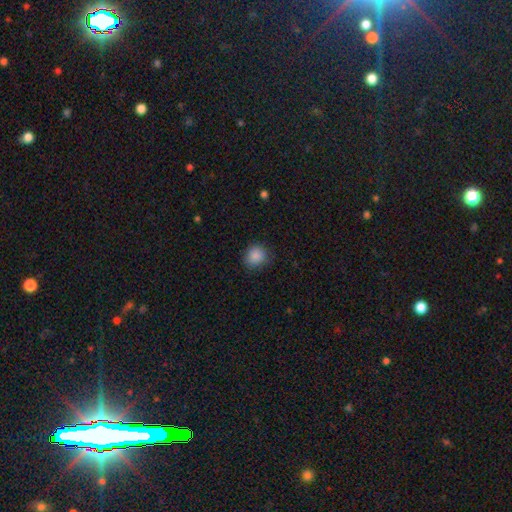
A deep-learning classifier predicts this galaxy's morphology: Q: Smooth or featured?
A: smooth (88%); runner-up: star or artifact (9%)
Q: How rounded?
A: round (81%); runner-up: in between (18%)
Q: Merging?
A: none (83%); runner-up: minor disturbance (13%)